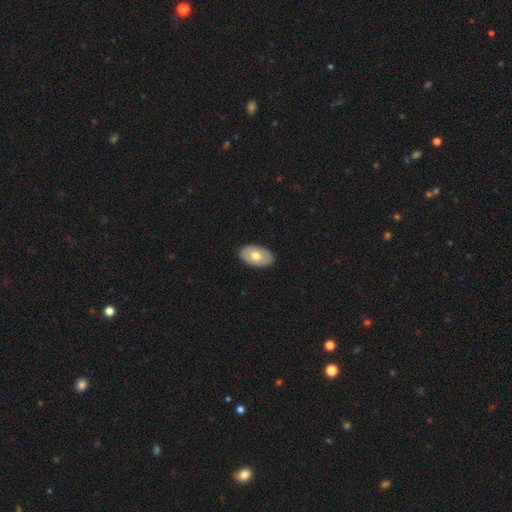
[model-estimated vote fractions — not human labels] This is likely a smooth galaxy (65%). How rounded: clearly in between (94%). Merging: clearly none (90%).